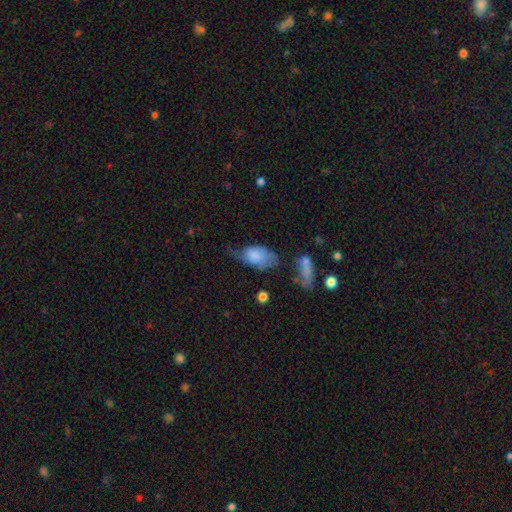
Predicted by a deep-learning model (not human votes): Smooth or featured? smooth (68%)
How rounded? in between (92%)
Merging? major disturbance (34%)